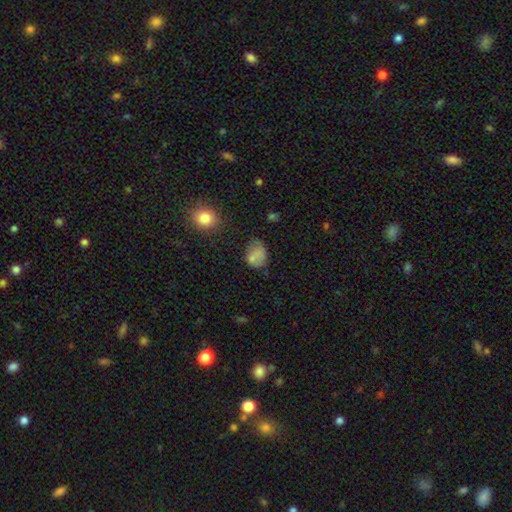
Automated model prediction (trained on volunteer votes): Morphology: type=smooth (73%); roundness=in between (61%); merging=none (51%).